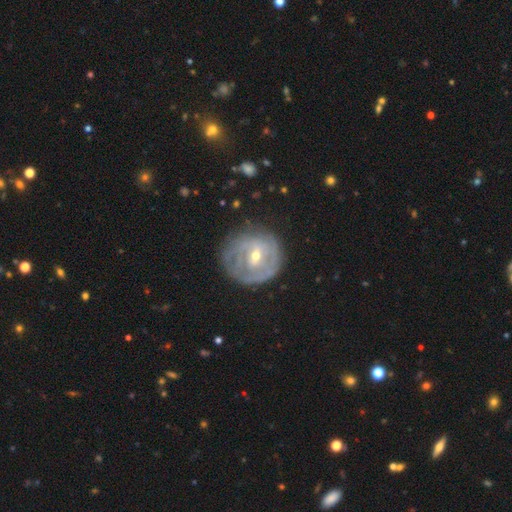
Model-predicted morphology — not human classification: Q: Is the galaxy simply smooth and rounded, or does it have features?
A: featured or disk — 78%.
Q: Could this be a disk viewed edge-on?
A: no — 97%.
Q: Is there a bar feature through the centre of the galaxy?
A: weak — 49%.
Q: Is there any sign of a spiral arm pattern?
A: yes — 82%.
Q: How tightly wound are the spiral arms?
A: tight — 72%.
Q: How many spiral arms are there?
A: can't tell — 46%.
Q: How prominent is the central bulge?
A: small — 53%.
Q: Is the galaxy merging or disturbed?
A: none — 71%.